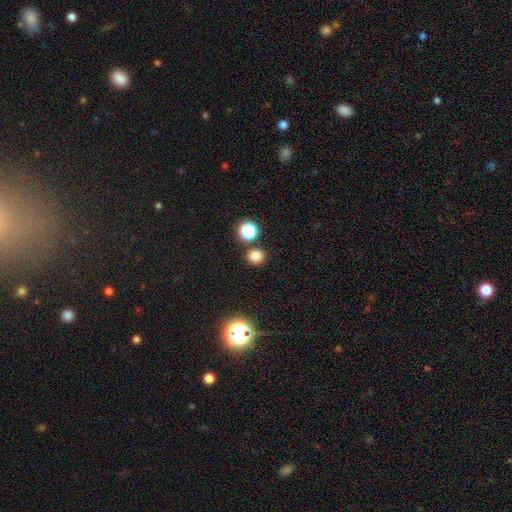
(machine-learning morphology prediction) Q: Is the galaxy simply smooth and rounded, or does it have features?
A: smooth — 79%.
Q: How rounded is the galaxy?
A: round — 87%.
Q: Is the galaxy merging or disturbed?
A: none — 85%.